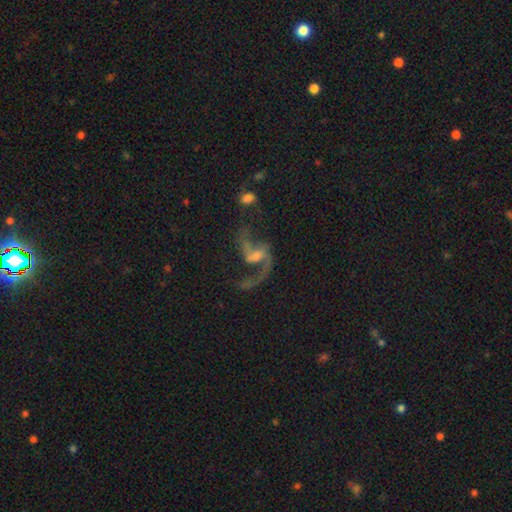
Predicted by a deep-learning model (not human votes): The model was most divided on "bulge size": small: 43%, moderate: 36%, none: 14%, large: 6%, dominant: 2%. Remaining: edge-on disk — no (97%); spiral arms — yes (94%); smooth or featured — featured or disk (85%); spiral arm count — 2 (84%); spiral winding — loose (81%); bar — weak (50%); merging — none (46%).